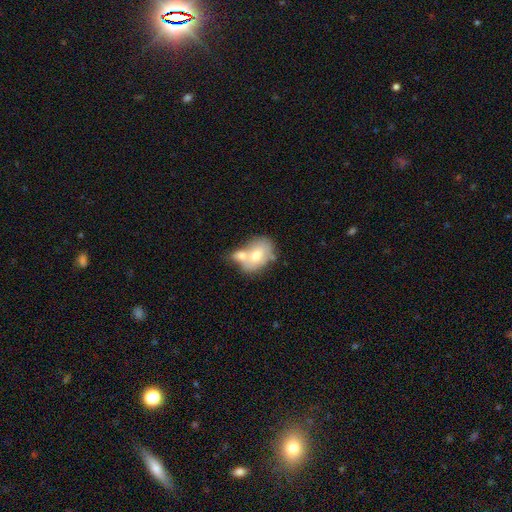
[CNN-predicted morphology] A smooth galaxy with no disk features (63%) that is in between round and cigar-shaped (77%). Merging: merger (58%).